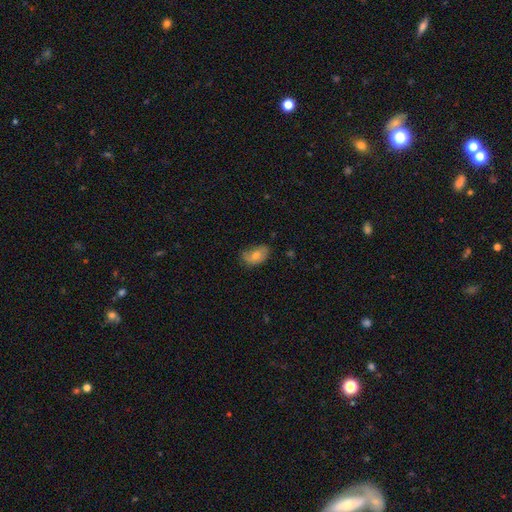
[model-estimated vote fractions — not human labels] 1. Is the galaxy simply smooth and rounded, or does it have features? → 61% smooth, 30% featured or disk, 9% star or artifact.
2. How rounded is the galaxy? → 87% in between, 11% round, 2% cigar-shaped.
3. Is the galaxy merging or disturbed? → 61% none, 30% minor disturbance, 8% major disturbance, 2% merger.